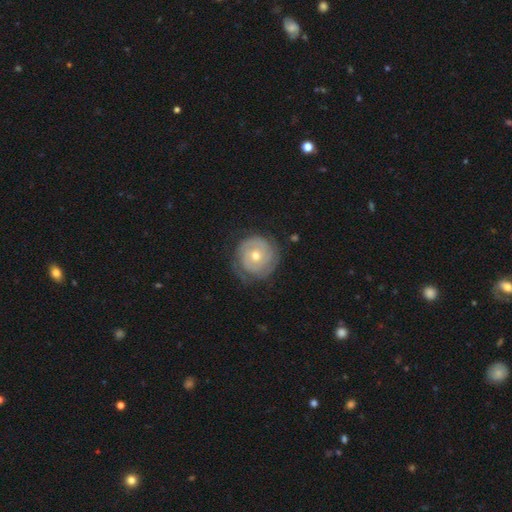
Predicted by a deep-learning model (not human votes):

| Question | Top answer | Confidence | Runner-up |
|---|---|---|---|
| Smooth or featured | featured or disk | 74% | smooth (20%) |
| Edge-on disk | no | 97% | yes (3%) |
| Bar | no | 80% | weak (16%) |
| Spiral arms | yes | 86% | no (14%) |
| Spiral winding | tight | 79% | medium (16%) |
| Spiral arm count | can't tell | 37% | 2 (34%) |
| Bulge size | moderate | 60% | small (36%) |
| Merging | none | 73% | minor disturbance (18%) |